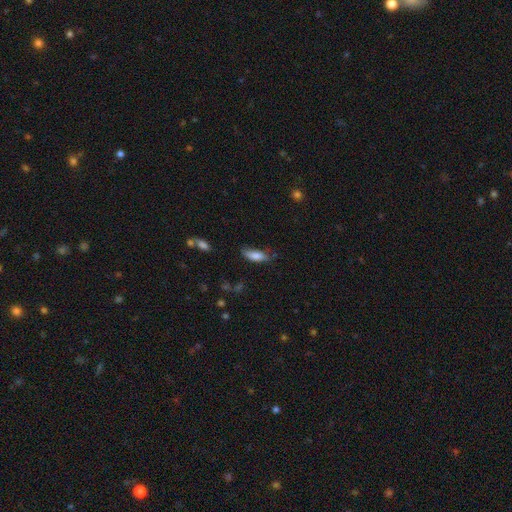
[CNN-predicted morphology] A smooth galaxy with no disk features (80%) that is in between round and cigar-shaped (70%). Merging: none (61%).